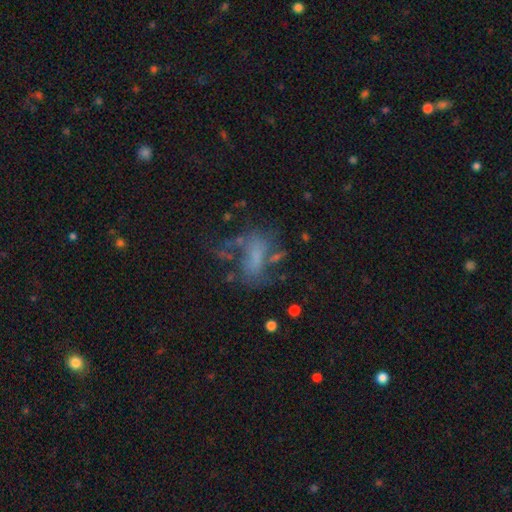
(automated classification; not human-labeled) A featured or disk galaxy (43%).

Vote fractions:
- Smooth or featured? featured or disk: 43% / smooth: 39% / star or artifact: 17%
- Merging? major disturbance: 38% / none: 33% / minor disturbance: 20% / merger: 10%